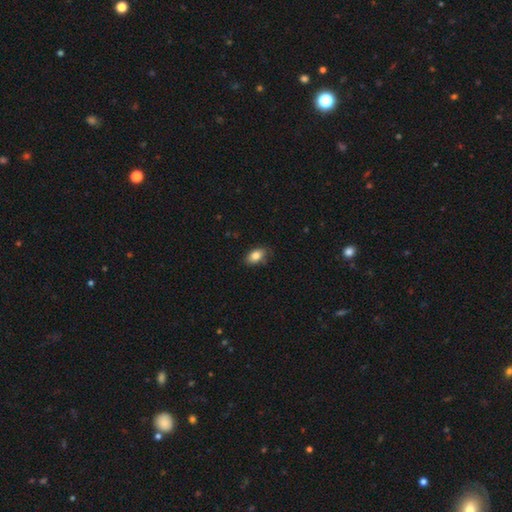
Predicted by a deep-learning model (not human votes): Q: Smooth or featured?
A: smooth (84%); runner-up: featured or disk (9%)
Q: How rounded?
A: in between (89%); runner-up: round (9%)
Q: Merging?
A: none (80%); runner-up: minor disturbance (16%)